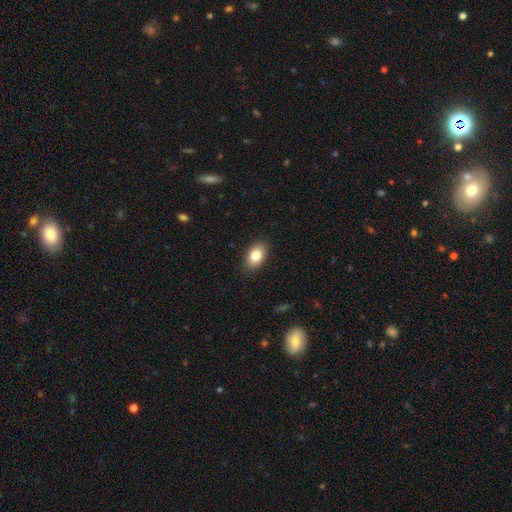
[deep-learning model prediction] This appears to be a smooth galaxy with no disk features (83%) that is in between round and cigar-shaped (89%). Merging: none (87%).